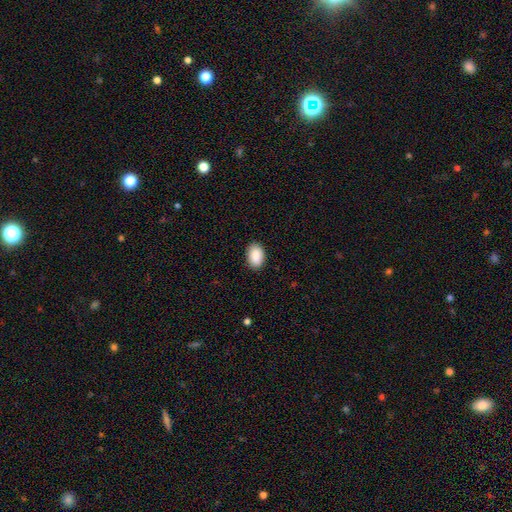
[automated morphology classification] This is clearly a smooth galaxy (90%). How rounded: clearly in between (89%). Merging: clearly none (88%).